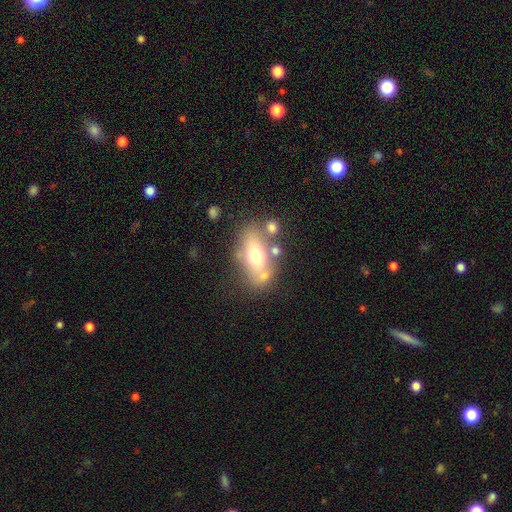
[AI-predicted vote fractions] Smooth or featured: smooth — 54% (featured or disk — 36%)
How rounded: in between — 80% (round — 11%)
Merging: none — 58% (merger — 17%)